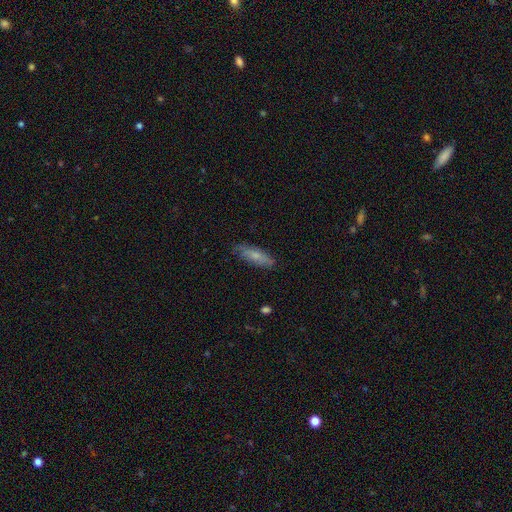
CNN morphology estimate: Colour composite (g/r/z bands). It shows a smooth galaxy with no disk features (65%) that is cigar-shaped (54%). Merging: none (80%).